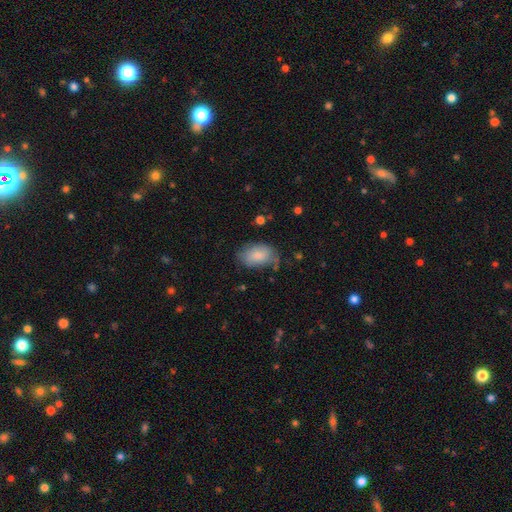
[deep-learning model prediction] Q: Smooth or featured?
A: smooth (82%); runner-up: featured or disk (11%)
Q: How rounded?
A: in between (90%); runner-up: round (9%)
Q: Merging?
A: none (64%); runner-up: minor disturbance (26%)